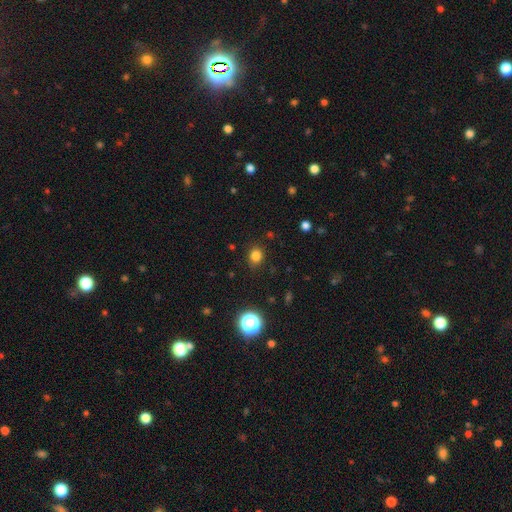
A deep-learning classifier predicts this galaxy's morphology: smooth_or_featured: smooth (p=0.81) [alt: star or artifact p=0.15]
how_rounded: round (p=0.72) [alt: in between p=0.27]
merging: none (p=0.85) [alt: minor disturbance p=0.11]